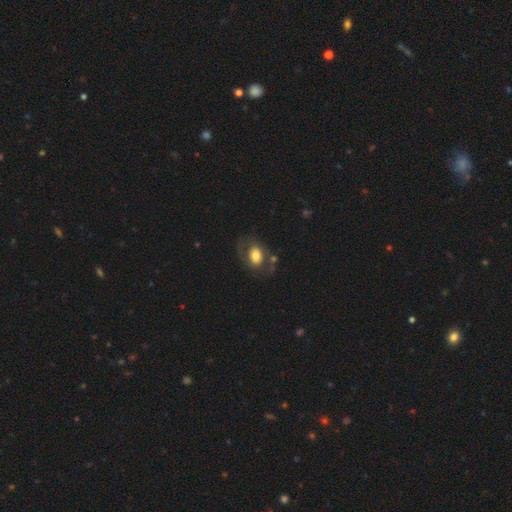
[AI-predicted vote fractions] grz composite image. It shows a smooth galaxy with no disk features (64%) that is in between round and cigar-shaped (74%). Merging: none (60%).